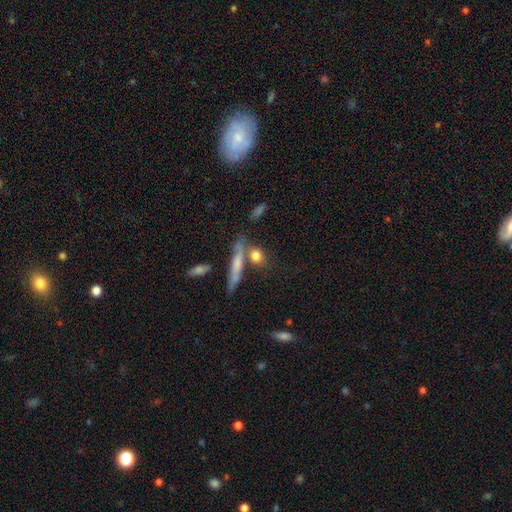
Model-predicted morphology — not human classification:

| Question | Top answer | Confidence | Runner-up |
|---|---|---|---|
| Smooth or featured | smooth | 76% | featured or disk (15%) |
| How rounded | round | 47% | in between (27%) |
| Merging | none | 63% | merger (20%) |